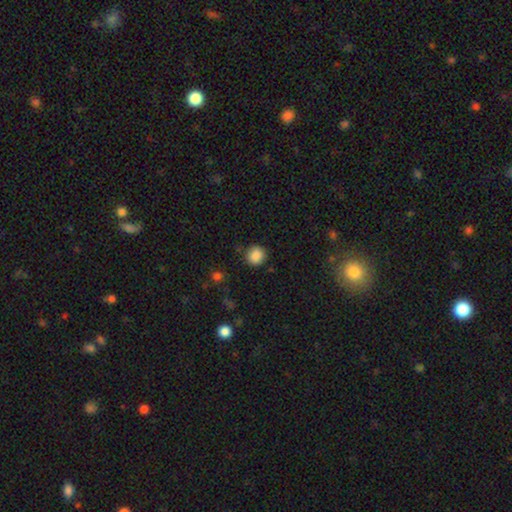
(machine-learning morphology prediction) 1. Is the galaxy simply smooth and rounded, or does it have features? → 87% smooth, 10% star or artifact, 3% featured or disk.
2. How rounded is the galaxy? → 88% round, 11% in between, 1% cigar-shaped.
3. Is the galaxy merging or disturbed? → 86% none, 10% minor disturbance, 3% major disturbance, 2% merger.